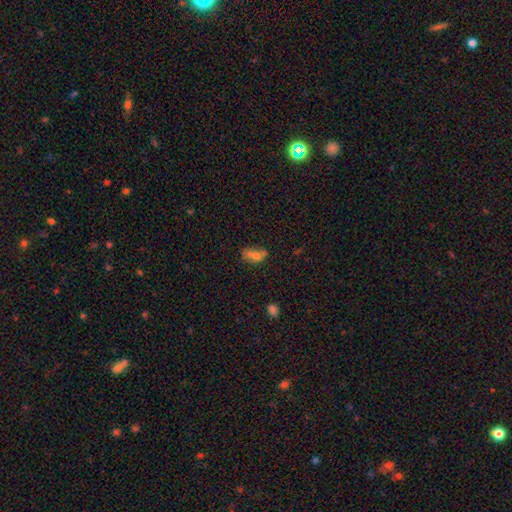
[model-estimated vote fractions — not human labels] Smooth or featured? smooth (63%)
How rounded? in between (72%)
Merging? merger (42%)